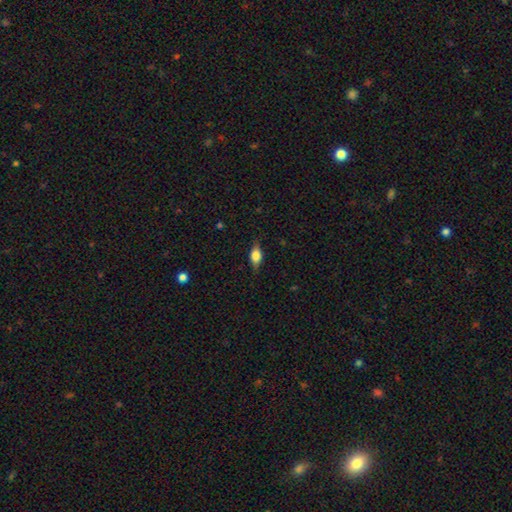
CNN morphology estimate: smooth-or-featured: smooth: 65% | featured or disk: 26% | star or artifact: 8%
  how-rounded: in between: 79% | cigar-shaped: 12% | round: 9%
  merging: none: 80% | minor disturbance: 16% | major disturbance: 3% | merger: 1%